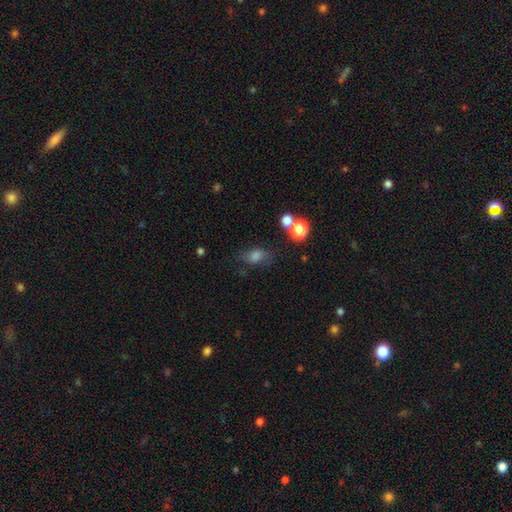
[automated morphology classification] smooth-or-featured: smooth: 66% | star or artifact: 18% | featured or disk: 16%
  how-rounded: in between: 72% | round: 25% | cigar-shaped: 3%
  merging: none: 61% | minor disturbance: 22% | major disturbance: 12% | merger: 5%